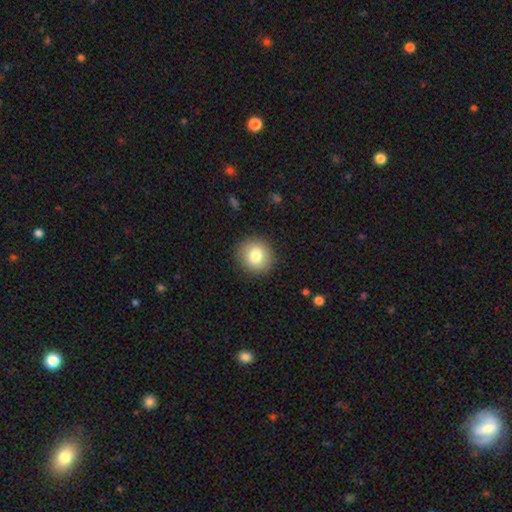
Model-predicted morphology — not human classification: The model was most divided on "smooth or featured": smooth: 81%, featured or disk: 10%, star or artifact: 9%. More confident: merging — none (90%); how rounded — round (89%).